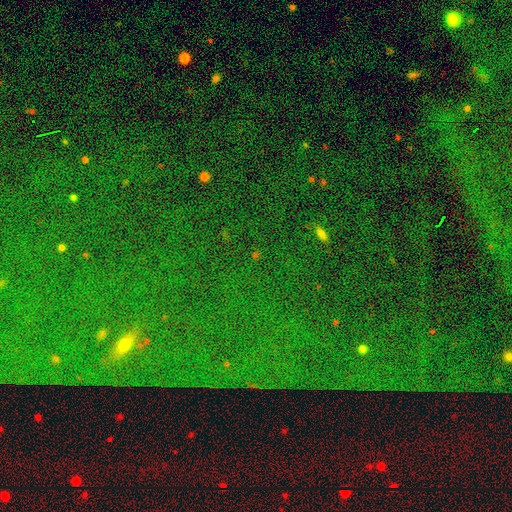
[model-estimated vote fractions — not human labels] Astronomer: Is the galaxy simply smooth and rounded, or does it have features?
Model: star or artifact — 79%.